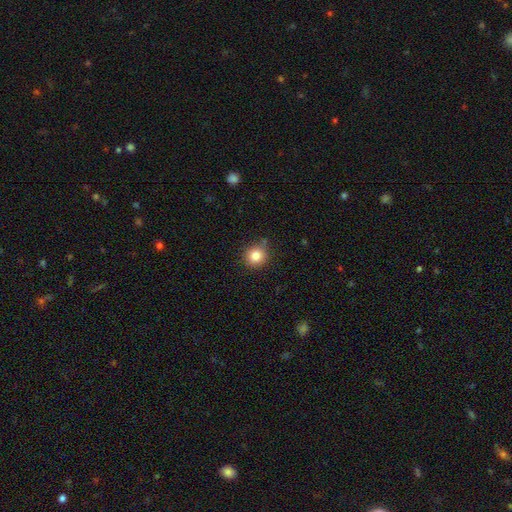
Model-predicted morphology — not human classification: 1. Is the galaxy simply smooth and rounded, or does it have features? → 83% smooth, 11% star or artifact, 6% featured or disk.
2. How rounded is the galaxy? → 91% round, 8% in between, 1% cigar-shaped.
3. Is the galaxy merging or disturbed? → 83% none, 11% minor disturbance, 3% merger, 3% major disturbance.